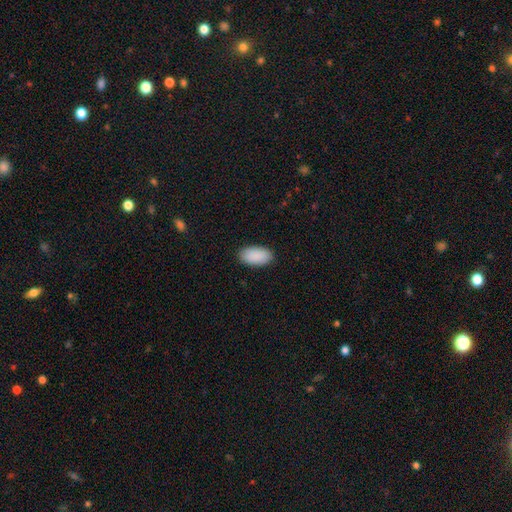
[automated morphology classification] smooth 91%, star or artifact 6%, featured or disk 3%. Down the decision tree: how rounded — in between (96%); merging — none (89%).